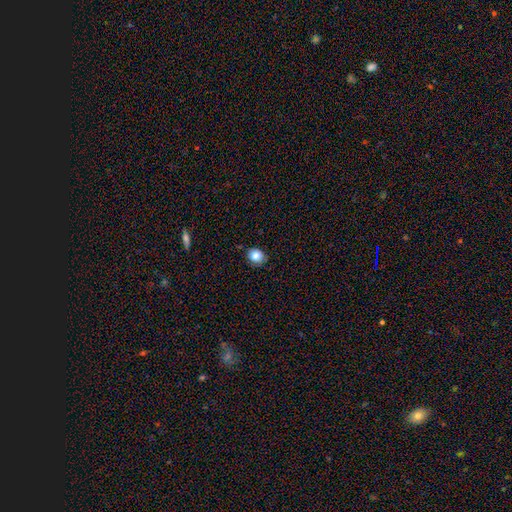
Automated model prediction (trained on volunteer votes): The model was most divided on "how rounded": round: 76%, in between: 23%, cigar-shaped: 1%. More confident: merging — none (87%); smooth or featured — smooth (82%).